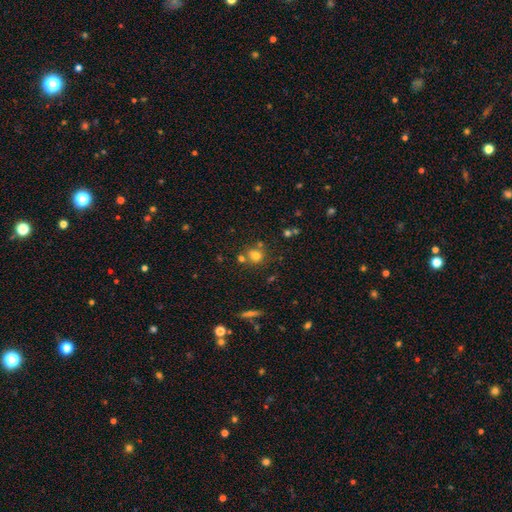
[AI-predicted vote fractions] Smooth or featured: smooth — 70% (star or artifact — 18%)
How rounded: round — 81% (in between — 18%)
Merging: none — 59% (merger — 24%)